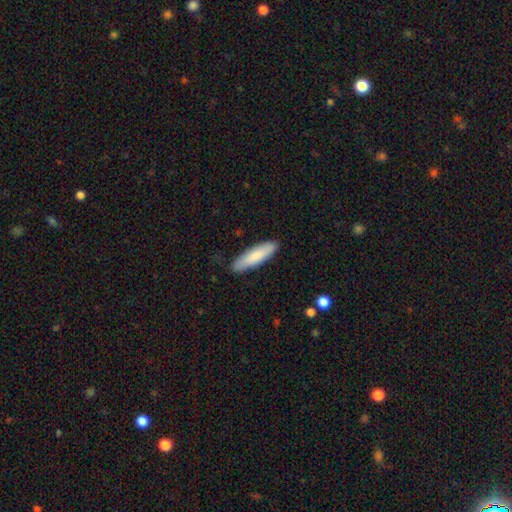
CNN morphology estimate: Smooth or featured?
  - smooth: 83% *
  - featured or disk: 12%
  - star or artifact: 5%
How rounded?
  - cigar-shaped: 72% *
  - in between: 27%
  - round: 1%
Merging?
  - none: 88% *
  - minor disturbance: 9%
  - major disturbance: 2%
  - merger: 1%